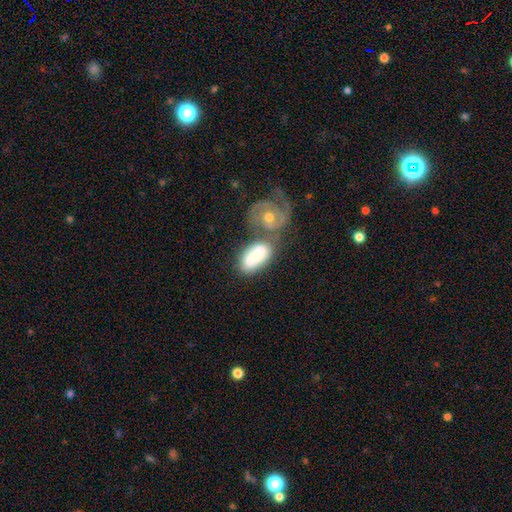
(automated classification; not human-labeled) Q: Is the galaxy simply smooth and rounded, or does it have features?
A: smooth — 61%.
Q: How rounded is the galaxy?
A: in between — 88%.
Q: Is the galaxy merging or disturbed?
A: merger — 49%.